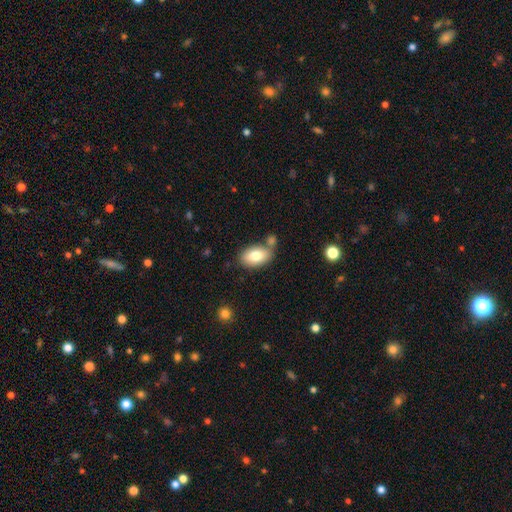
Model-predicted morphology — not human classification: smooth_or_featured: smooth (p=0.79) [alt: featured or disk p=0.14]
how_rounded: in between (p=0.92) [alt: round p=0.07]
merging: none (p=0.65) [alt: merger p=0.16]